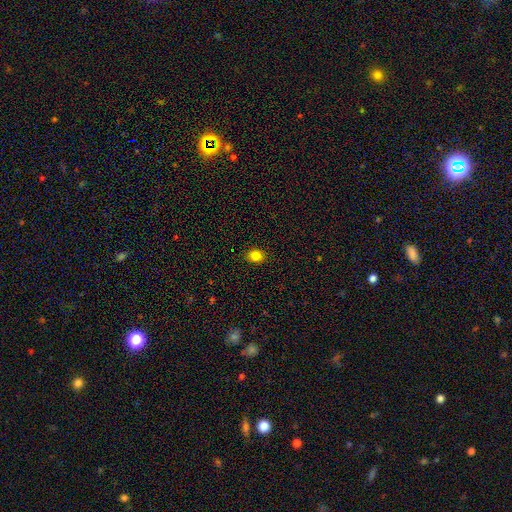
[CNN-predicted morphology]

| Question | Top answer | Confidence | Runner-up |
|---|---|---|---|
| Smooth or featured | smooth | 83% | star or artifact (11%) |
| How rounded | round | 52% | in between (47%) |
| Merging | none | 89% | minor disturbance (8%) |